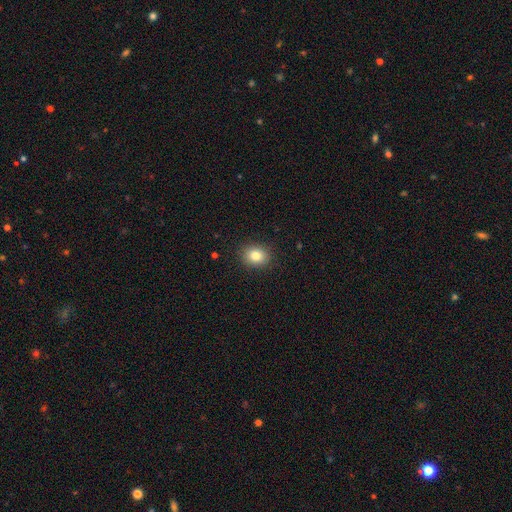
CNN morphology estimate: This appears to be a smooth galaxy with no disk features (82%) that is round (61%). Merging: none (90%).